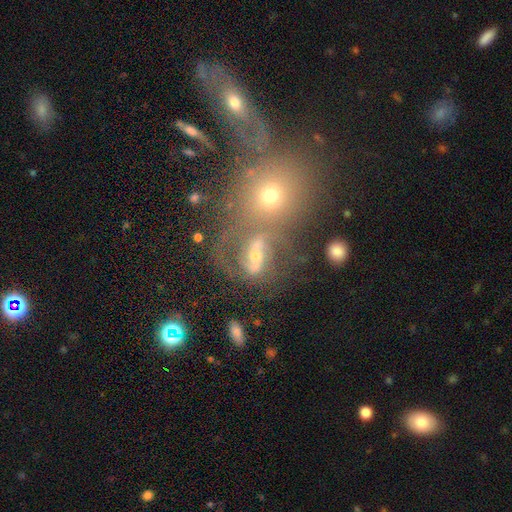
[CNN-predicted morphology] This is possibly a featured or disk galaxy (55%). It is clearly not viewed edge-on (94%). Bar: marginally no (35%). Spiral arm pattern: likely yes (69%). Central bulge: possibly moderate (52%). Merging: marginally merger (38%).